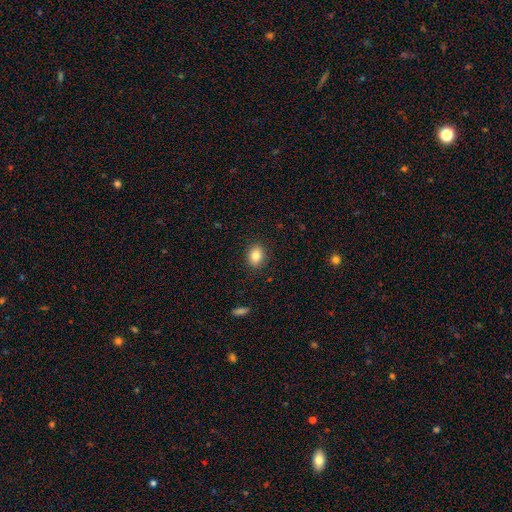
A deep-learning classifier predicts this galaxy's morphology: Overall: smooth (84%). How rounded: in between (61%; round 38%). Merging: none (89%).